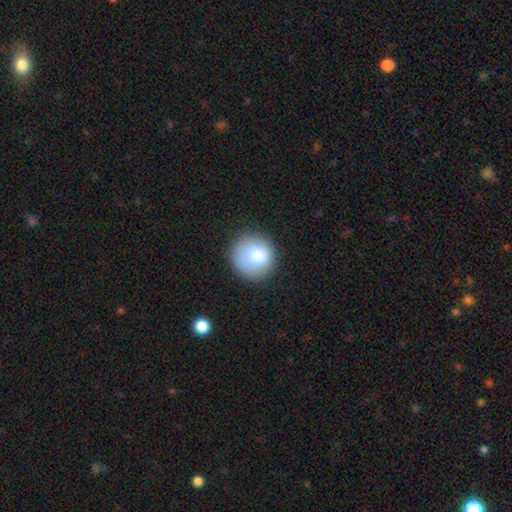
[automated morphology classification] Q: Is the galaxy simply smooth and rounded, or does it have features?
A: smooth — 83%.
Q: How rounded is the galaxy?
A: round — 91%.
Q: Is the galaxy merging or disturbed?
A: none — 81%.